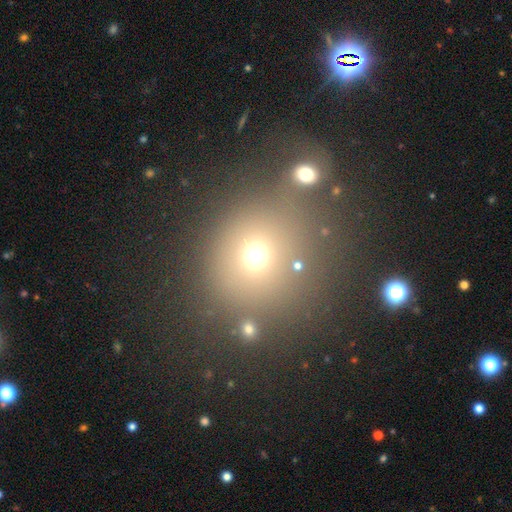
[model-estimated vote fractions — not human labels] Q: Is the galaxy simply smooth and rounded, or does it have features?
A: smooth — 65%.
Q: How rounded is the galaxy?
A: round — 86%.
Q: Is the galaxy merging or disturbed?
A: none — 67%.